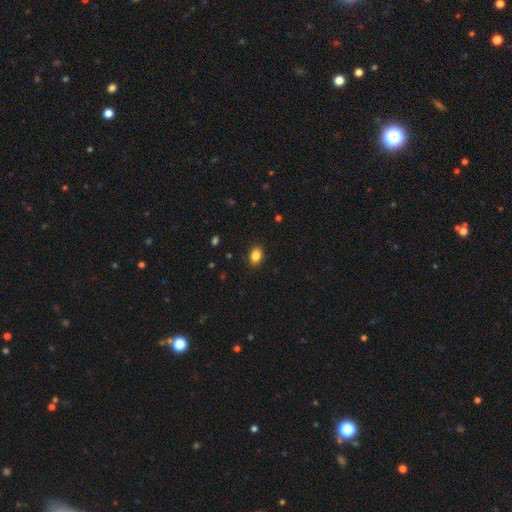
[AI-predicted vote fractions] Smooth or featured: smooth — 85% (star or artifact — 9%)
How rounded: in between — 77% (round — 21%)
Merging: none — 89% (minor disturbance — 8%)